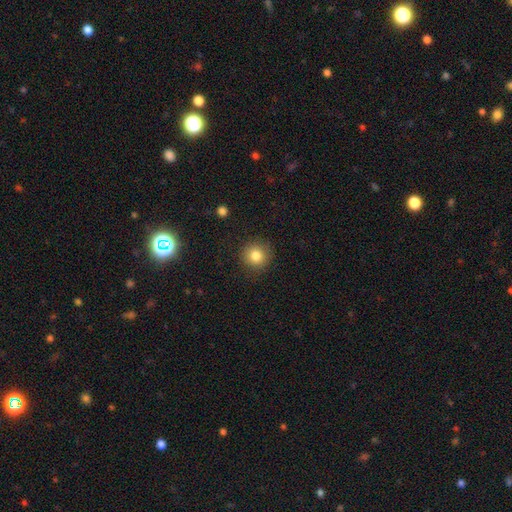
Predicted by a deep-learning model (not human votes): A smooth galaxy with no disk features (82%) that is round (92%). Merging: none (89%).